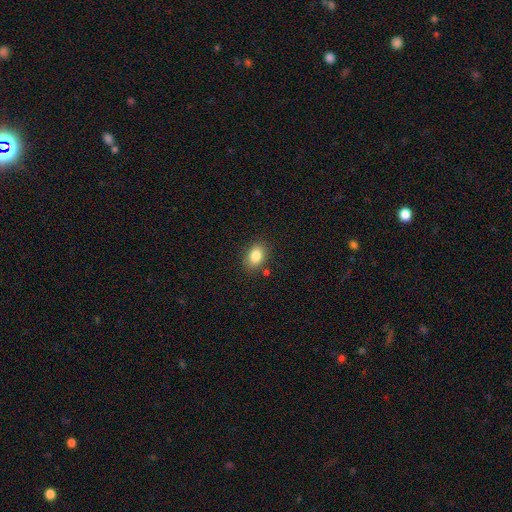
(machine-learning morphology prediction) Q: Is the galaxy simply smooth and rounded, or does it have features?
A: smooth — 85%.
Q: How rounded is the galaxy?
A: in between — 78%.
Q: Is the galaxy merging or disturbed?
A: none — 83%.